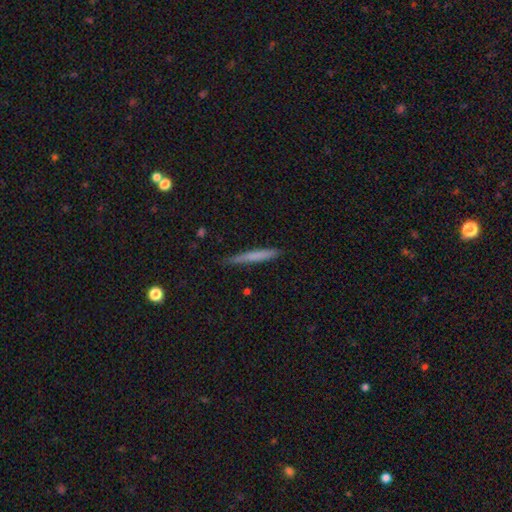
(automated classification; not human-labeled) This is likely a smooth galaxy (67%). How rounded: clearly cigar-shaped (96%). Merging: clearly none (84%).